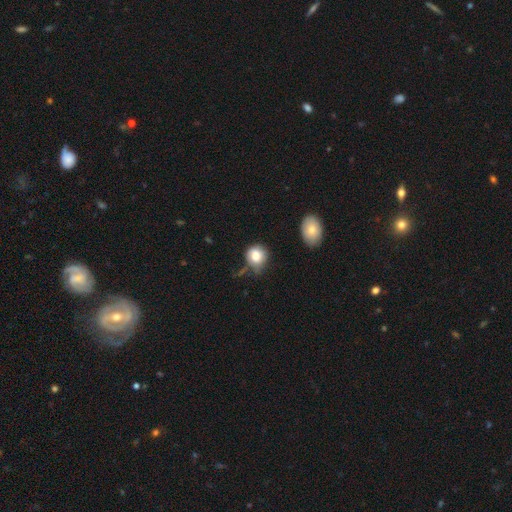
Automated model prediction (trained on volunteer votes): Smooth or featured? Predicted: smooth (p=0.81). How rounded? Predicted: round (p=0.79). Merging? Predicted: none (p=0.55).